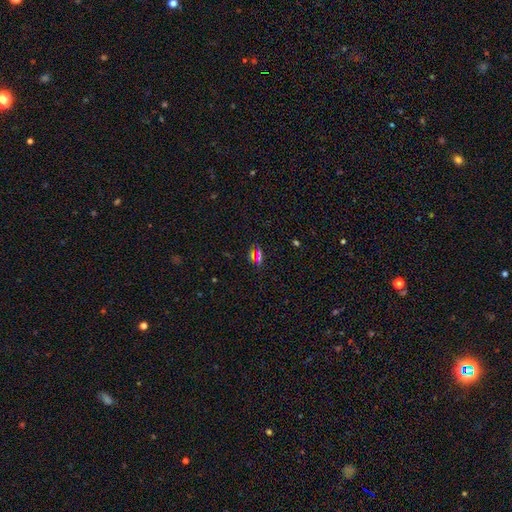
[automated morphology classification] Smooth or featured: star or artifact — 46% (smooth — 43%)